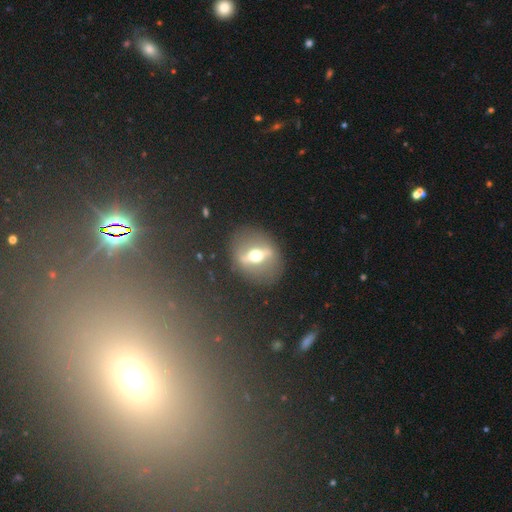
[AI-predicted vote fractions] The model was most divided on "edge-on disk": no: 55%, yes: 45%. More confident: merging — none (82%); smooth or featured — featured or disk (74%).